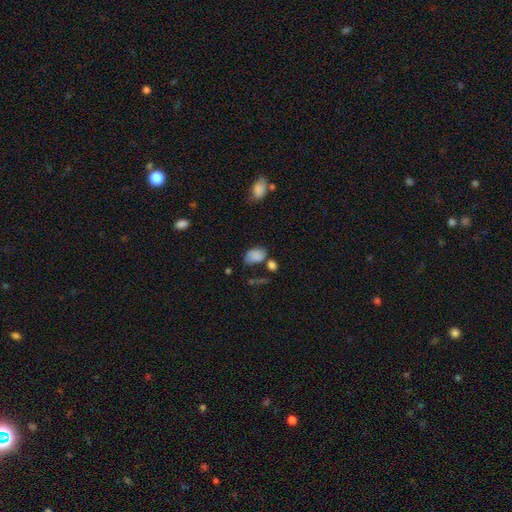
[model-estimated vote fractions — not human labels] Smooth or featured? smooth (81%)
How rounded? in between (85%)
Merging? none (51%)